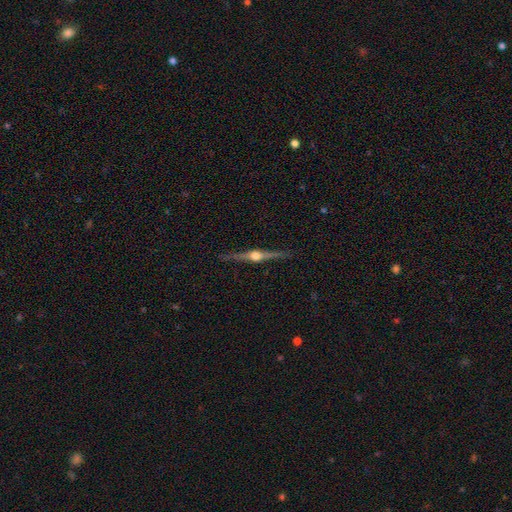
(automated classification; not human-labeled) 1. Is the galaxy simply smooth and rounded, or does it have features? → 86% featured or disk, 9% smooth, 6% star or artifact.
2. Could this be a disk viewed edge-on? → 98% yes, 2% no.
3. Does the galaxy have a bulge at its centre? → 95% rounded, 3% boxy, 2% none.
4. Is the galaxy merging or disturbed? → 90% none, 8% minor disturbance, 2% major disturbance, 1% merger.